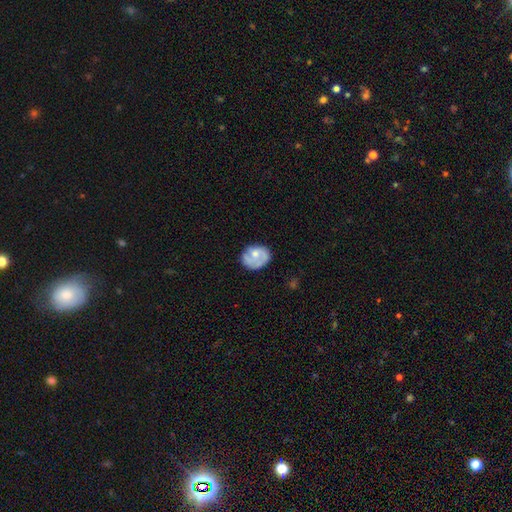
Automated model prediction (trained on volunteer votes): Smooth or featured?
  - featured or disk: 47% *
  - smooth: 46%
  - star or artifact: 7%
Merging?
  - none: 58% *
  - minor disturbance: 27%
  - major disturbance: 12%
  - merger: 3%